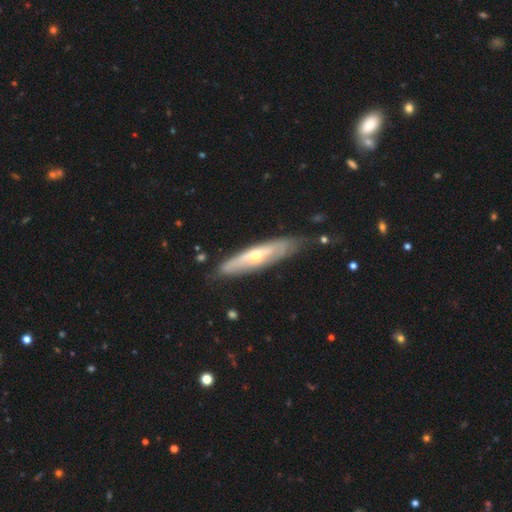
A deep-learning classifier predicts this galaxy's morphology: A featured or disk galaxy (66%) viewed edge-on (57%).

Vote fractions:
- Smooth or featured? featured or disk: 66% / smooth: 28% / star or artifact: 6%
- Edge-on disk? yes: 57% / no: 43%
- Merging? none: 73% / minor disturbance: 20% / major disturbance: 5% / merger: 2%